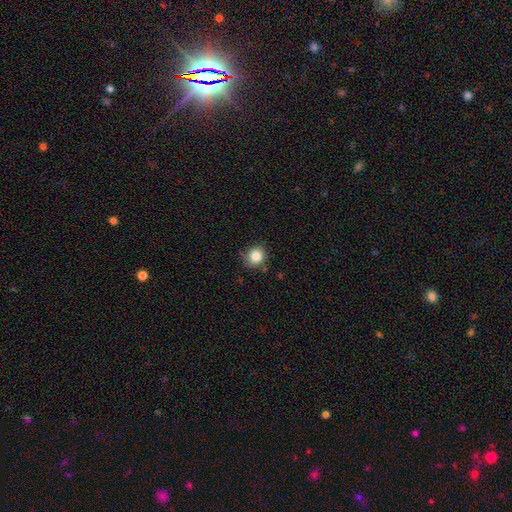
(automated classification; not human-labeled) Smooth or featured? smooth (84%)
How rounded? round (84%)
Merging? none (79%)